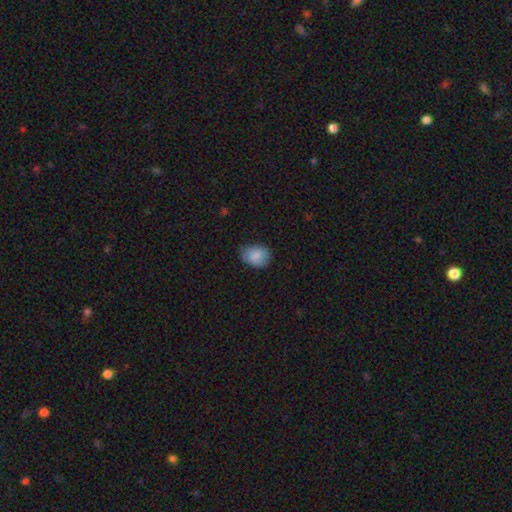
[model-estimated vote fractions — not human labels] This appears to be a smooth galaxy with no disk features (86%) that is in between round and cigar-shaped (63%). Merging: none (70%).